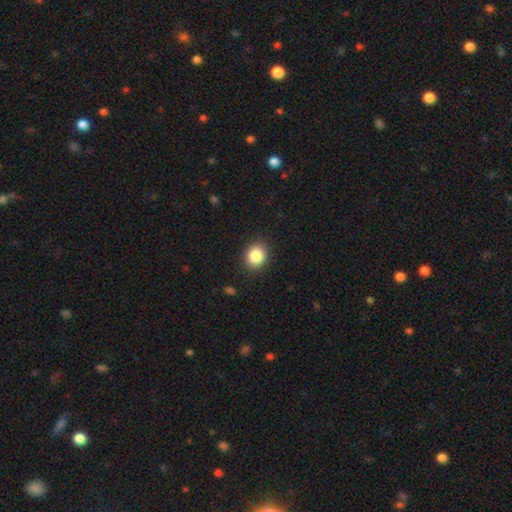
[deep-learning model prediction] This appears to be a smooth galaxy with no disk features (86%) that is round (66%). Merging: none (89%).